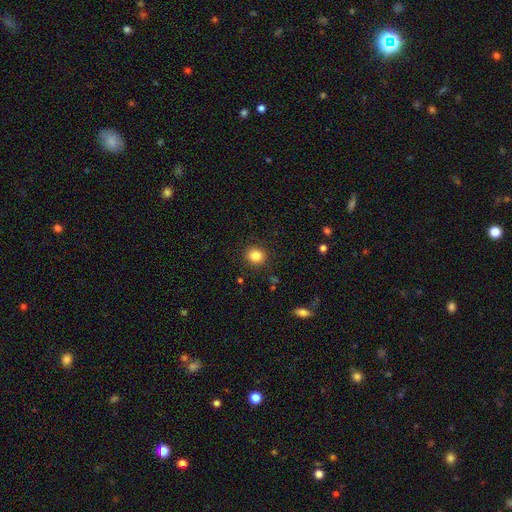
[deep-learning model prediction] Smooth or featured? smooth (84%)
How rounded? round (81%)
Merging? none (89%)